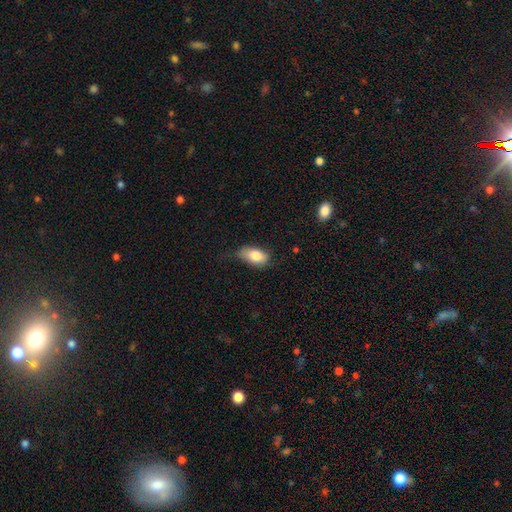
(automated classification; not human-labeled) smooth_or_featured: smooth (p=0.81) [alt: featured or disk p=0.12]
how_rounded: in between (p=0.91) [alt: round p=0.05]
merging: none (p=0.50) [alt: minor disturbance p=0.35]